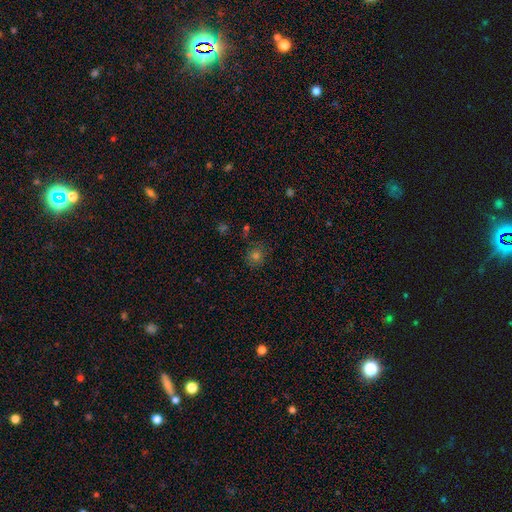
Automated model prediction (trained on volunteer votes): Morphology: type=smooth (68%); roundness=round (85%); merging=none (80%).